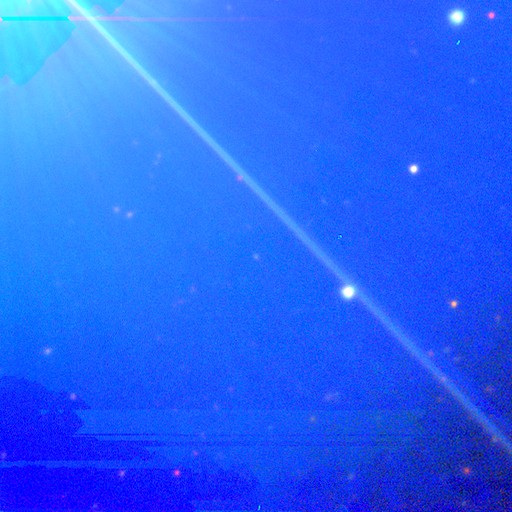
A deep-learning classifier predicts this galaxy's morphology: Smooth or featured? star or artifact (85%)